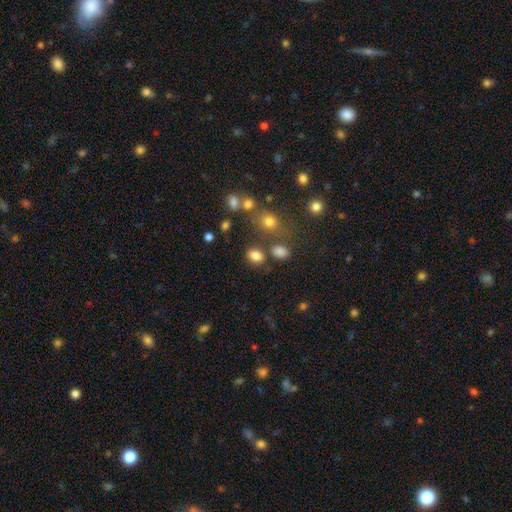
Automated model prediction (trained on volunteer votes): This appears to be a smooth galaxy with no disk features (80%) that is in between round and cigar-shaped (62%). Merging: none (68%).